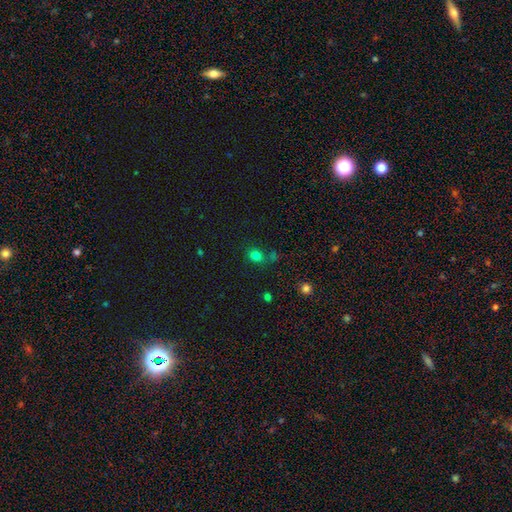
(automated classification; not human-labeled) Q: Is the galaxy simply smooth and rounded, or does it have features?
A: smooth — 75%.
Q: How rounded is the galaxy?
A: round — 65%.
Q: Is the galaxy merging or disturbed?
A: none — 67%.